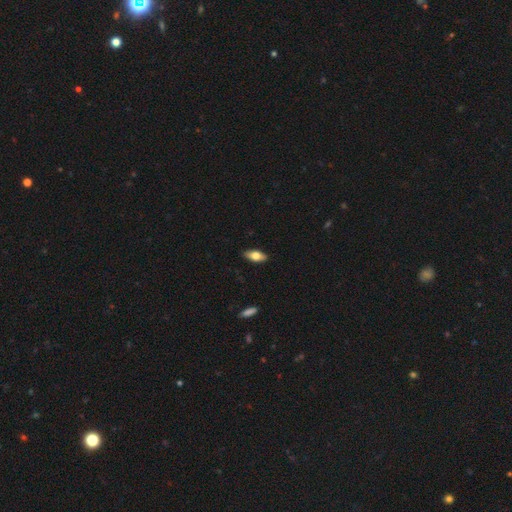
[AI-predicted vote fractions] This is likely a smooth galaxy (72%). How rounded: clearly in between (83%). Merging: clearly none (89%).